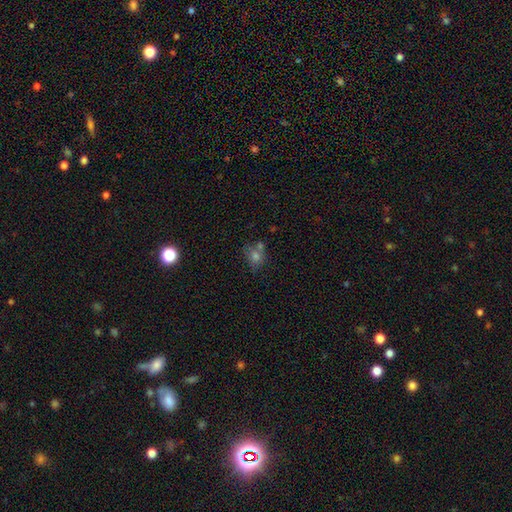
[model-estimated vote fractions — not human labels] This is likely a smooth galaxy (61%). How rounded: likely round (70%). Merging: possibly none (54%).